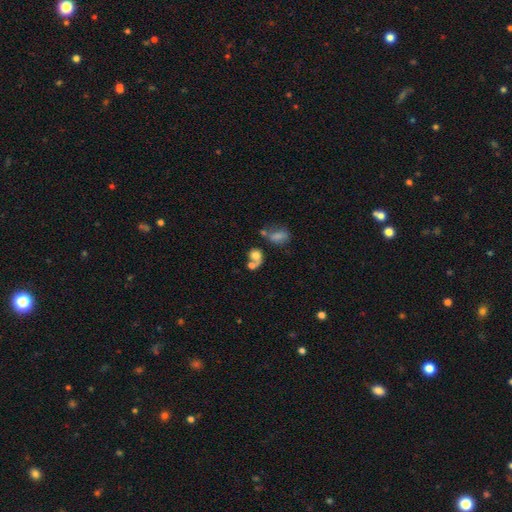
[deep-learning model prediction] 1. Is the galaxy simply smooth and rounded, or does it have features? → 67% smooth, 21% featured or disk, 12% star or artifact.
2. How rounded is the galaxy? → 61% round, 37% in between, 2% cigar-shaped.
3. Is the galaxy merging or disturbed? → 50% merger, 28% none, 12% major disturbance, 10% minor disturbance.